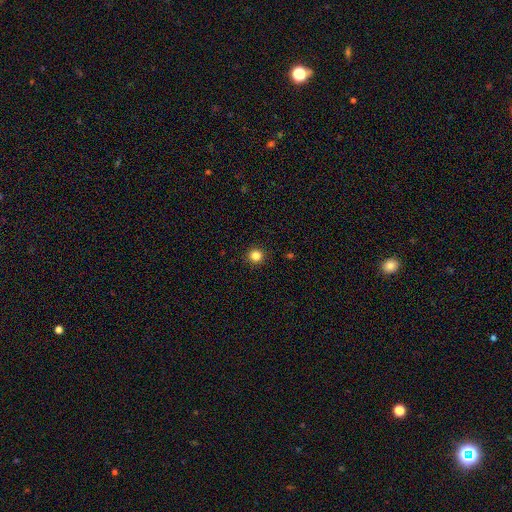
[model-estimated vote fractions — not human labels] Smooth or featured? smooth (83%)
How rounded? round (95%)
Merging? none (93%)